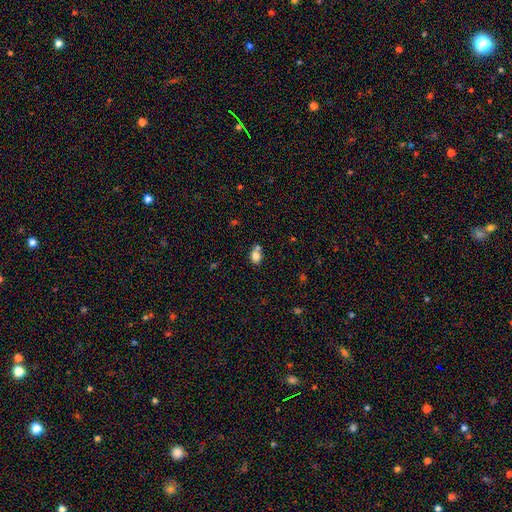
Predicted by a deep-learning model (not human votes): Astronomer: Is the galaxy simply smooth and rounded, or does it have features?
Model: smooth — 79%.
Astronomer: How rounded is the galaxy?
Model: in between — 53% (runner-up: round, 46%).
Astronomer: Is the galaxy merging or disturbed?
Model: none — 53% (runner-up: merger, 29%).